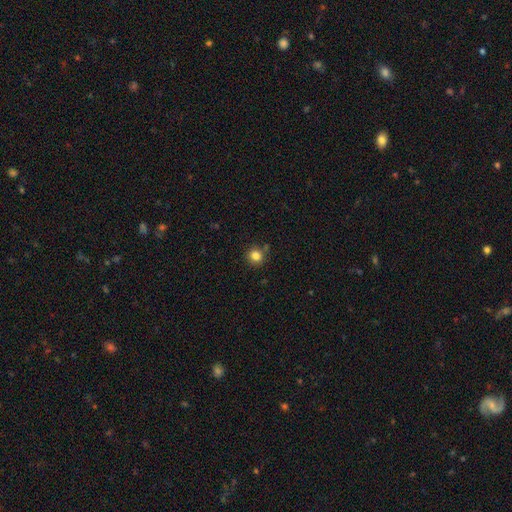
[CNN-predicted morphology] Smooth or featured? smooth (83%)
How rounded? round (92%)
Merging? none (81%)